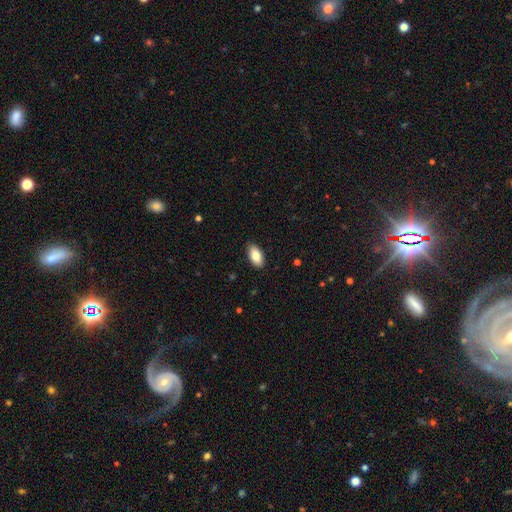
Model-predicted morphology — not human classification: Smooth or featured?
  - smooth: 84% *
  - featured or disk: 9%
  - star or artifact: 7%
How rounded?
  - in between: 93% *
  - cigar-shaped: 5%
  - round: 2%
Merging?
  - none: 89% *
  - minor disturbance: 8%
  - major disturbance: 2%
  - merger: 1%